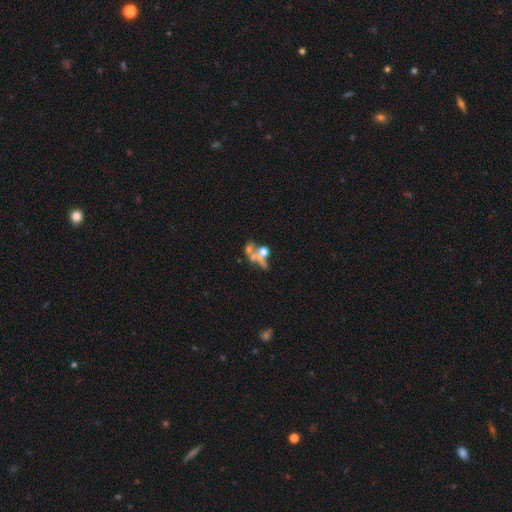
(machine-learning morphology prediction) Smooth or featured? smooth (39%, tied with featured or disk)
Merging? merger (49%)